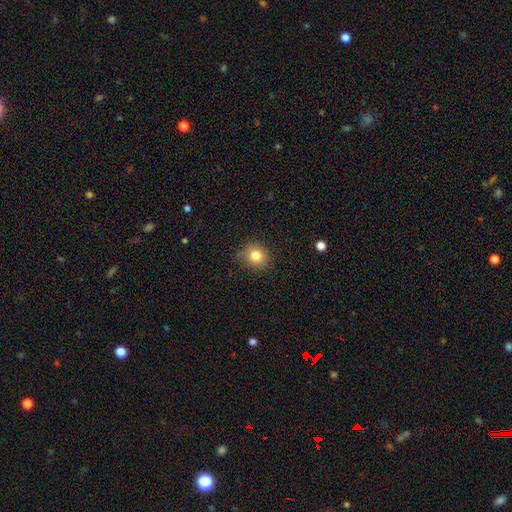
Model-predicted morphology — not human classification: type=smooth (81%); roundness=round (82%); merging=none (82%).